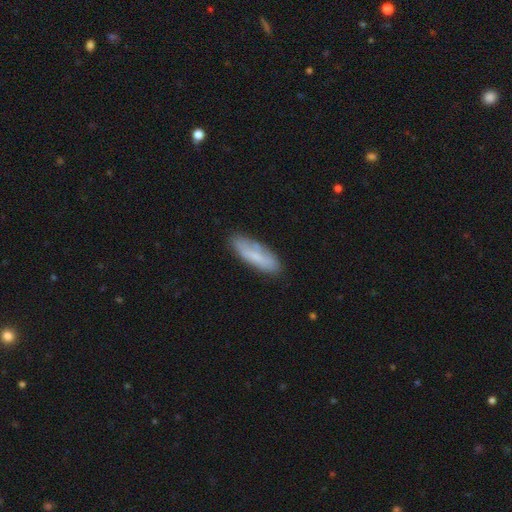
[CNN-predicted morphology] smooth 67%, featured or disk 26%, star or artifact 7%. Down the decision tree: how rounded — cigar-shaped (54%); merging — none (73%).